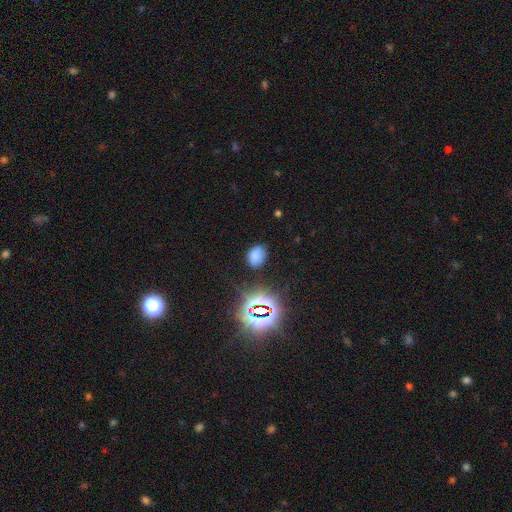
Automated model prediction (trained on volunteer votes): Morphology: type=smooth (70%); roundness=in between (68%); merging=none (76%).